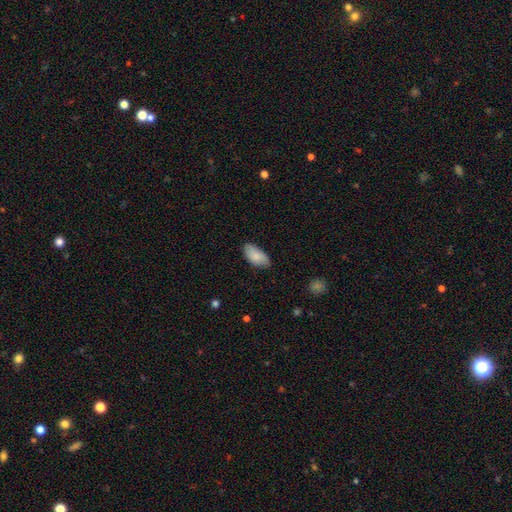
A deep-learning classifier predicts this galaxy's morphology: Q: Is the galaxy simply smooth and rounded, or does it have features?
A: smooth — 81%.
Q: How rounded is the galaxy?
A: in between — 94%.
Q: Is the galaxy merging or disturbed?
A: none — 74%.